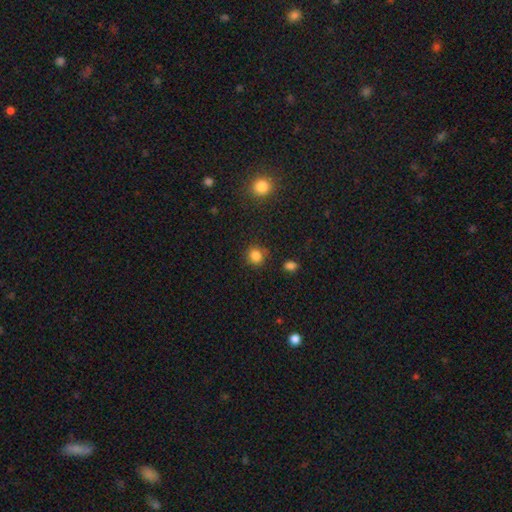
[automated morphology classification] Smooth or featured? Predicted: smooth (p=0.83). How rounded? Predicted: round (p=0.84). Merging? Predicted: none (p=0.81).